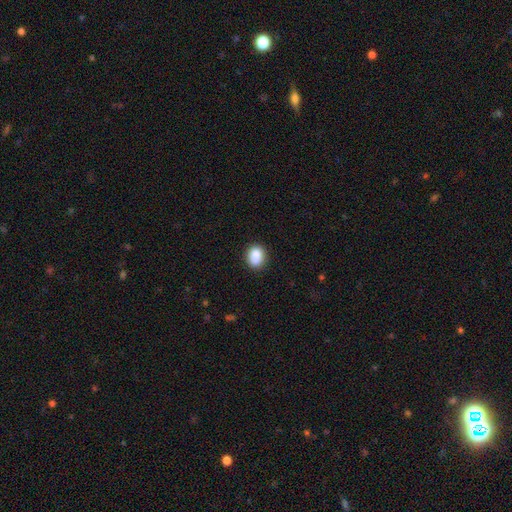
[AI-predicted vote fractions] Morphology: type=smooth (87%); roundness=in between (54%); merging=none (84%).